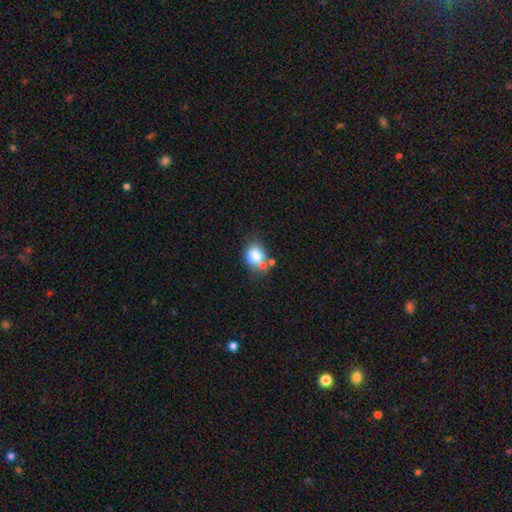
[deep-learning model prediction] Smooth or featured: smooth — 79% (featured or disk — 11%)
How rounded: round — 56% (in between — 43%)
Merging: none — 53% (merger — 25%)